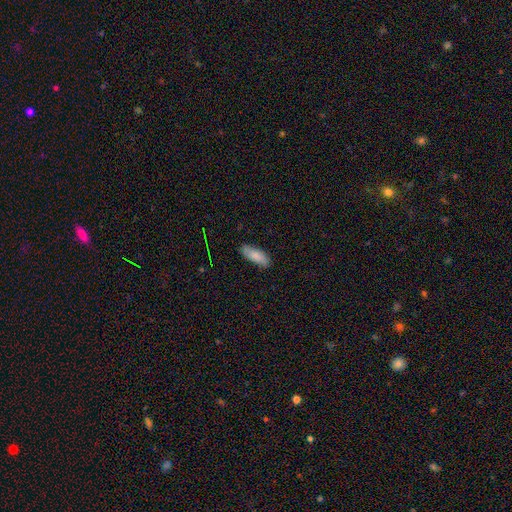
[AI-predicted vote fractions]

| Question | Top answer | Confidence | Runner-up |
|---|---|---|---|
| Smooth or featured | smooth | 79% | featured or disk (15%) |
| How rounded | in between | 74% | cigar-shaped (24%) |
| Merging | none | 81% | minor disturbance (15%) |